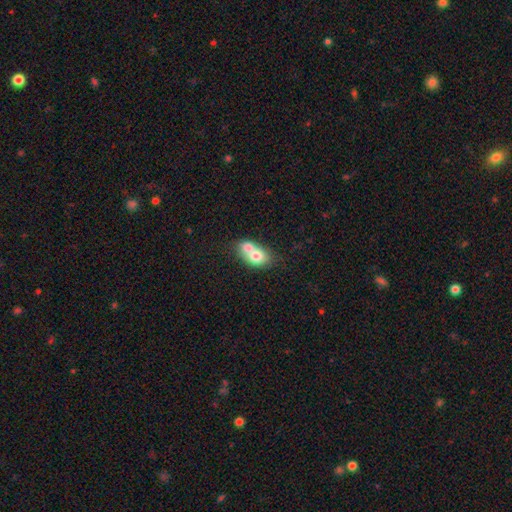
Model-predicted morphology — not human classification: smooth 68%, featured or disk 24%, star or artifact 8%. Down the decision tree: how rounded — in between (65%); merging — merger (72%).